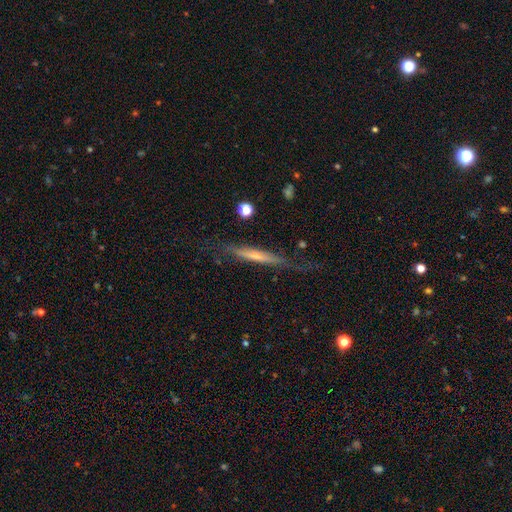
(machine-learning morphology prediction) featured or disk 56%, smooth 37%, star or artifact 7%. Down the decision tree: edge-on disk — yes (89%); edge-on bulge — none (58%); merging — none (65%).